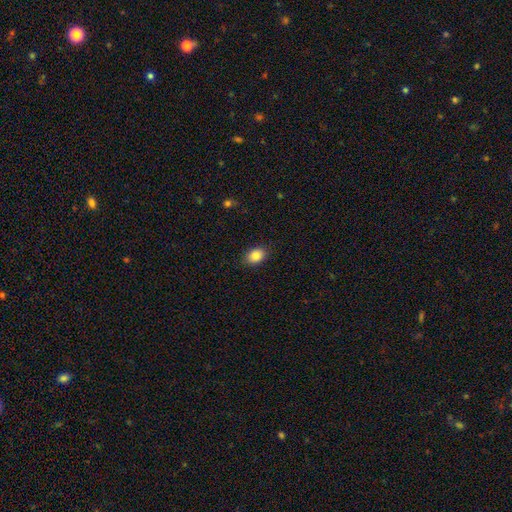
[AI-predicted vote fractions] smooth 86%, star or artifact 9%, featured or disk 5%. Down the decision tree: how rounded — in between (73%); merging — none (87%).